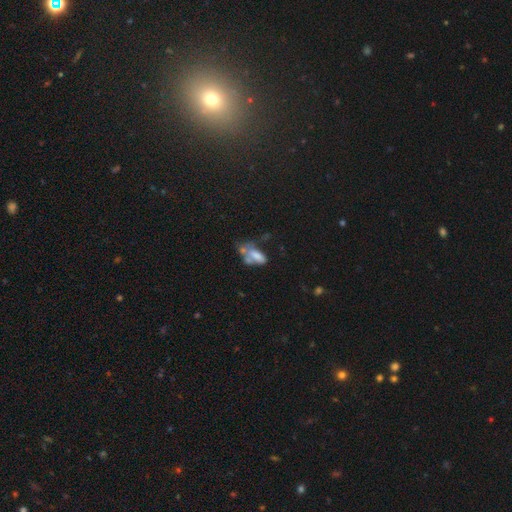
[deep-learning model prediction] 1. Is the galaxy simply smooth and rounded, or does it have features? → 61% smooth, 28% featured or disk, 11% star or artifact.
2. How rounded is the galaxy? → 85% in between, 10% cigar-shaped, 4% round.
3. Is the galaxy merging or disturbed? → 32% merger, 24% major disturbance, 23% none, 21% minor disturbance.